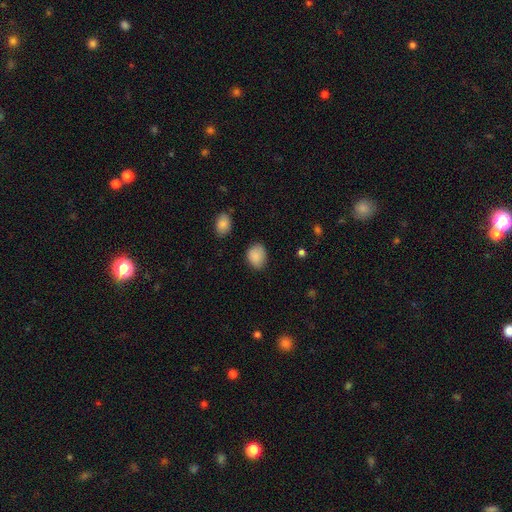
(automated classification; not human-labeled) This appears to be a smooth galaxy with no disk features (88%) that is in between round and cigar-shaped (59%). Merging: none (74%).